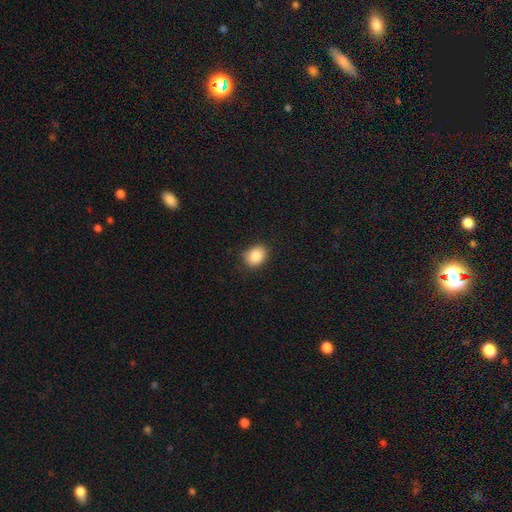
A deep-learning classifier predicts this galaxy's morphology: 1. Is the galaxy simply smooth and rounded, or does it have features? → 86% smooth, 9% star or artifact, 5% featured or disk.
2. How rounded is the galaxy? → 50% in between, 49% round, 1% cigar-shaped.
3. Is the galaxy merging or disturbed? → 84% none, 13% minor disturbance, 3% major disturbance, 1% merger.